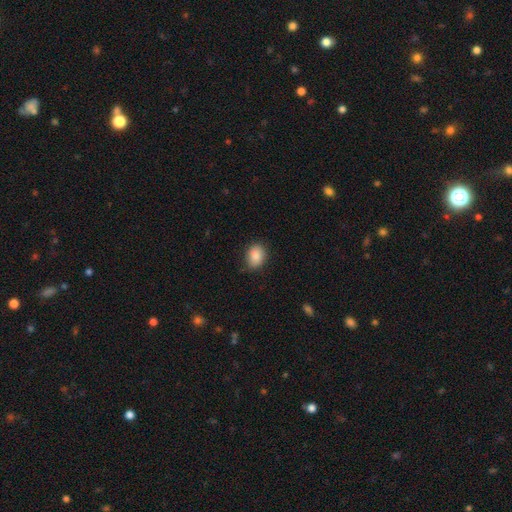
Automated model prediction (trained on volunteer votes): smooth 86%, star or artifact 8%, featured or disk 6%. Down the decision tree: how rounded — in between (62%); merging — none (79%).